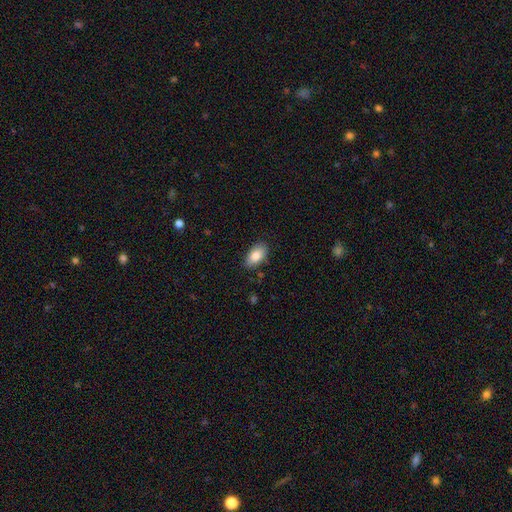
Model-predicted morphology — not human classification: The model was most divided on "merging": none: 83%, minor disturbance: 13%, major disturbance: 2%, merger: 1%. More confident: how rounded — in between (93%); smooth or featured — smooth (85%).